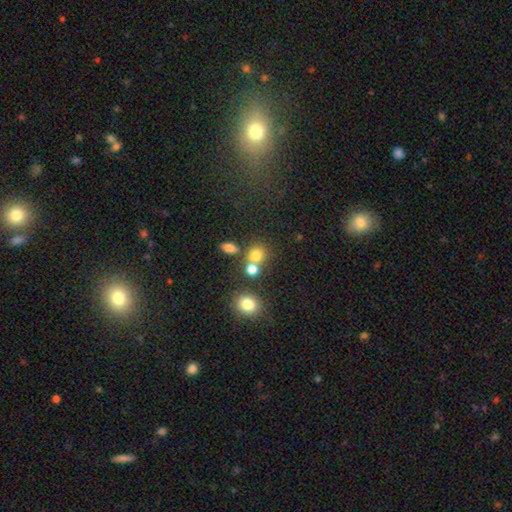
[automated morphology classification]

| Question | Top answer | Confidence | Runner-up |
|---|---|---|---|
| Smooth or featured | smooth | 76% | star or artifact (16%) |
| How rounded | round | 80% | in between (19%) |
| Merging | none | 56% | merger (30%) |